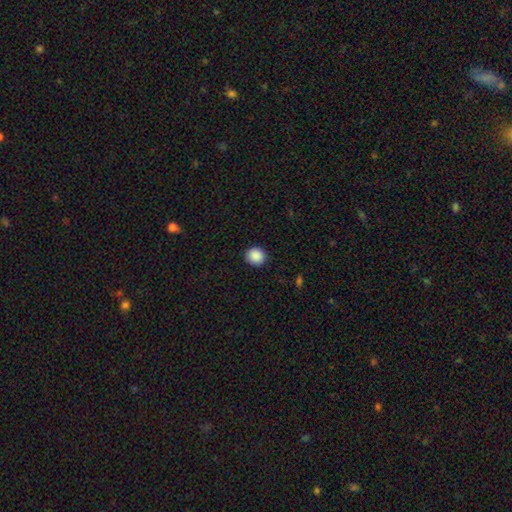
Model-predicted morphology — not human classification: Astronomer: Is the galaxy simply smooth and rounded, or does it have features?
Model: smooth — 89%.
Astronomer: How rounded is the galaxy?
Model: round — 85%.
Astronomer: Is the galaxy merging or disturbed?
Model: none — 91%.